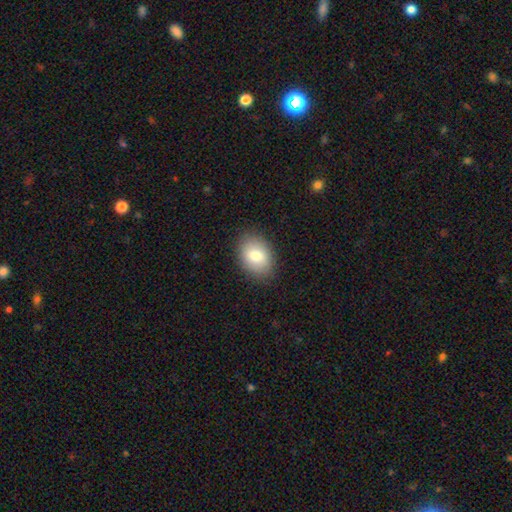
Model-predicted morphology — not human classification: This appears to be a smooth galaxy with no disk features (80%) that is in between round and cigar-shaped (77%). Merging: none (87%).